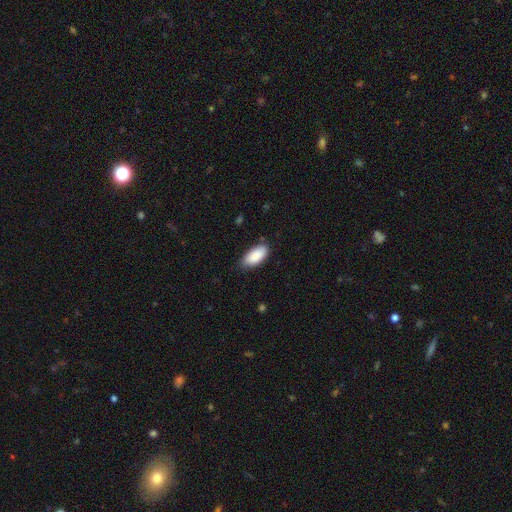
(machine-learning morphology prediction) This appears to be a smooth galaxy with no disk features (89%) that is in between round and cigar-shaped (92%). Merging: none (77%).